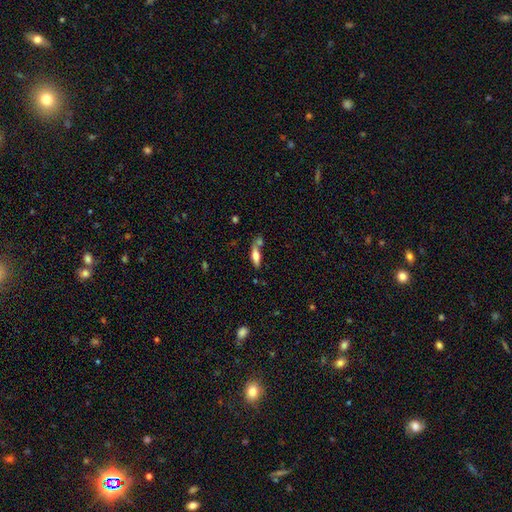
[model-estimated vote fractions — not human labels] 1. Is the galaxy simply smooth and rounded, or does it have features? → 63% smooth, 30% featured or disk, 7% star or artifact.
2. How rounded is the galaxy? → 51% in between, 46% cigar-shaped, 3% round.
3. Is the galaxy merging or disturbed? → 54% none, 24% merger, 17% minor disturbance, 6% major disturbance.